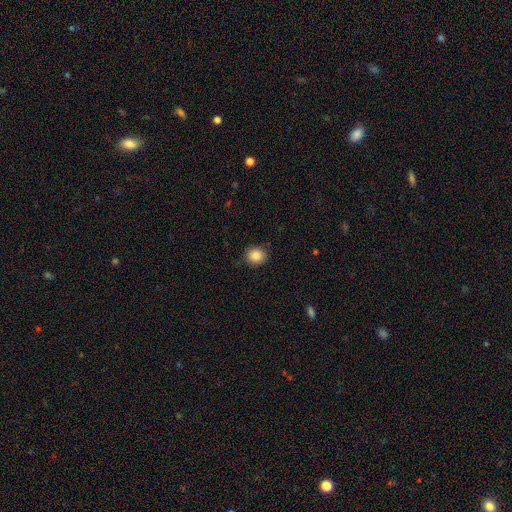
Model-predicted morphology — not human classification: A smooth galaxy with no disk features (87%) that is round (85%). Merging: none (86%).